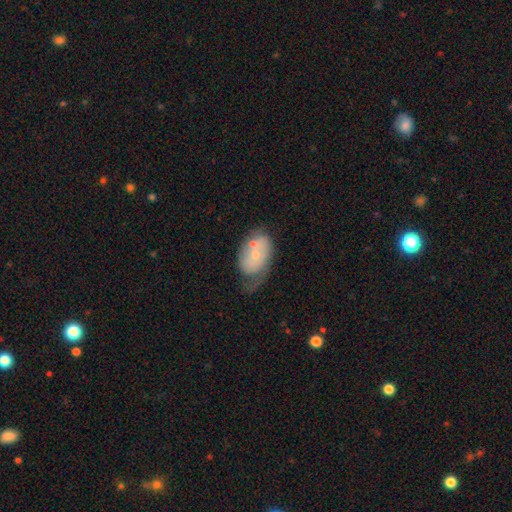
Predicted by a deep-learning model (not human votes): The model was most divided on "merging": none: 31%, minor disturbance: 28%, major disturbance: 23%, merger: 19%. More confident: edge-on disk — no (95%); smooth or featured — featured or disk (51%).